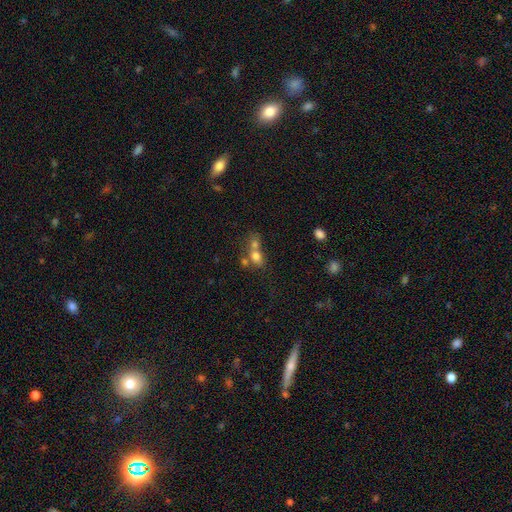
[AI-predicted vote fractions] Smooth or featured? Predicted: smooth (p=0.70). How rounded? Predicted: in between (p=0.52). Merging? Predicted: merger (p=0.60).